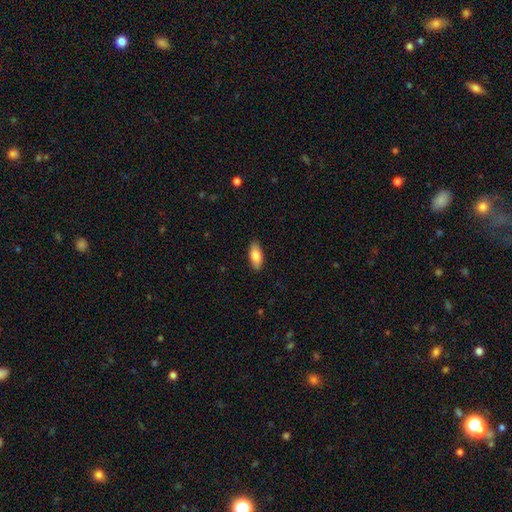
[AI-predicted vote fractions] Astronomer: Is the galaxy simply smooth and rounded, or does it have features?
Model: smooth — 83%.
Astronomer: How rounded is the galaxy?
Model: in between — 83%.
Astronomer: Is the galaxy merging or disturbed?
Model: none — 87%.